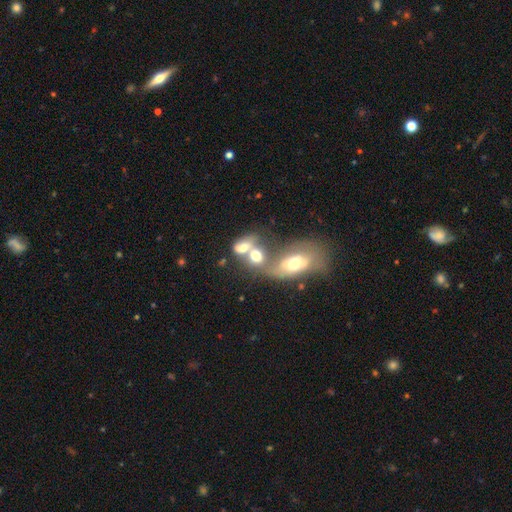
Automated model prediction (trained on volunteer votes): A smooth galaxy with no disk features (60%) that is in between round and cigar-shaped (60%).

Vote fractions:
- Smooth or featured? smooth: 60% / featured or disk: 29% / star or artifact: 11%
- How rounded? in between: 60% / round: 38% / cigar-shaped: 2%
- Merging? merger: 72% / none: 14% / major disturbance: 8% / minor disturbance: 6%